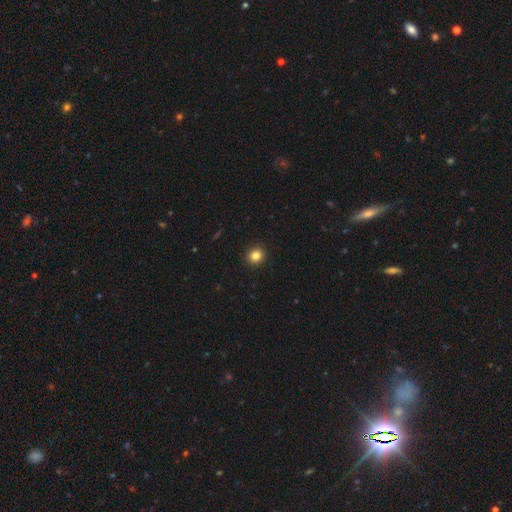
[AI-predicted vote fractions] Smooth or featured?
  - smooth: 84% *
  - star or artifact: 11%
  - featured or disk: 4%
How rounded?
  - round: 89% *
  - in between: 10%
  - cigar-shaped: 1%
Merging?
  - none: 93% *
  - minor disturbance: 5%
  - major disturbance: 2%
  - merger: 1%